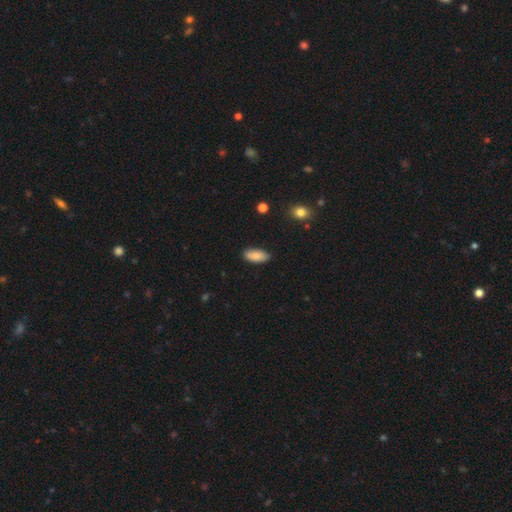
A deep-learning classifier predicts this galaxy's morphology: This appears to be a smooth galaxy with no disk features (87%) that is in between round and cigar-shaped (88%). Merging: none (86%).